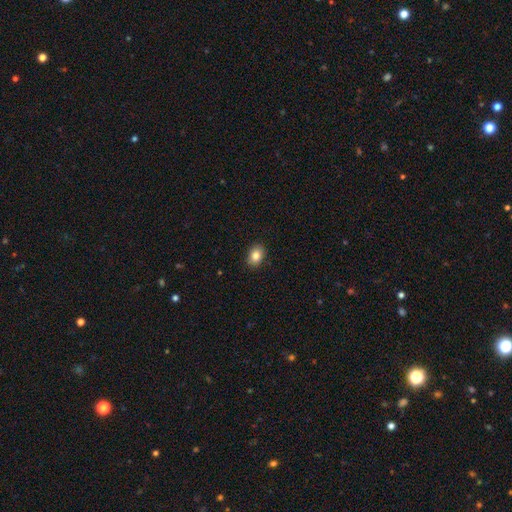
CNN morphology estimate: Q: Smooth or featured?
A: smooth (84%); runner-up: star or artifact (9%)
Q: How rounded?
A: in between (72%); runner-up: round (27%)
Q: Merging?
A: none (89%); runner-up: minor disturbance (8%)